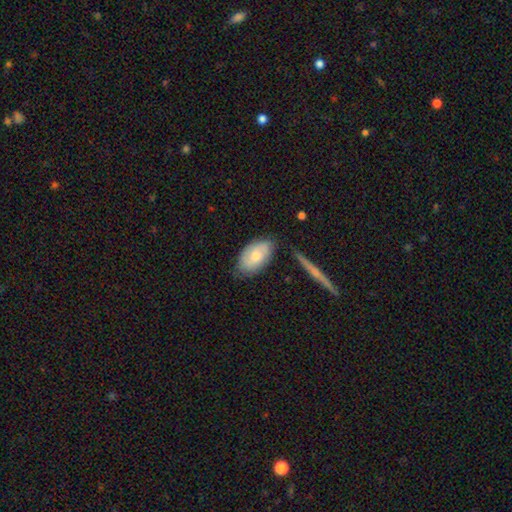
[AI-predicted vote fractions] Smooth or featured? Predicted: smooth (p=0.60). How rounded? Predicted: in between (p=0.91). Merging? Predicted: none (p=0.70).